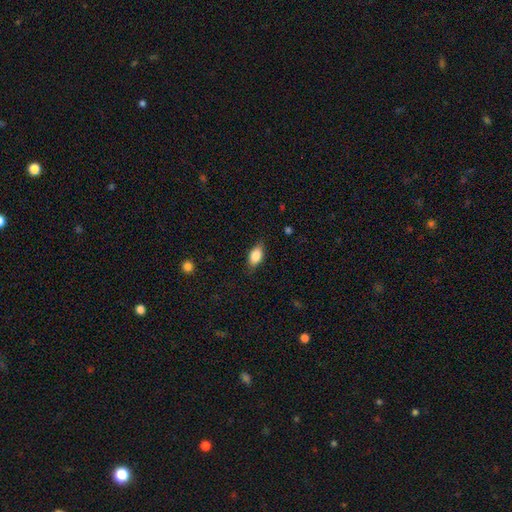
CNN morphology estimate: A smooth galaxy with no disk features (83%) that is in between round and cigar-shaped (88%). Merging: none (80%).